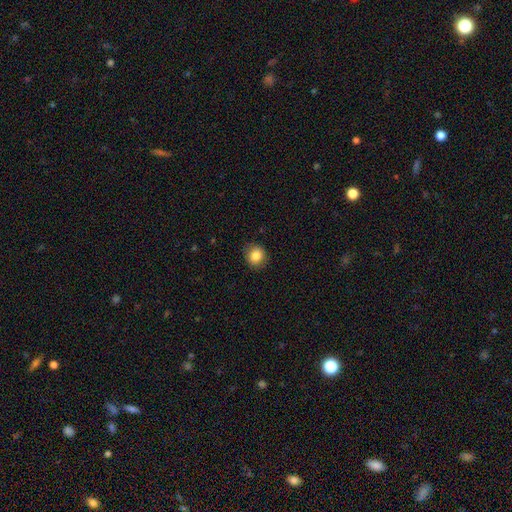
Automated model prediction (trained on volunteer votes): smooth_or_featured: smooth (p=0.85) [alt: star or artifact p=0.10]
how_rounded: round (p=0.85) [alt: in between p=0.14]
merging: none (p=0.87) [alt: minor disturbance p=0.10]